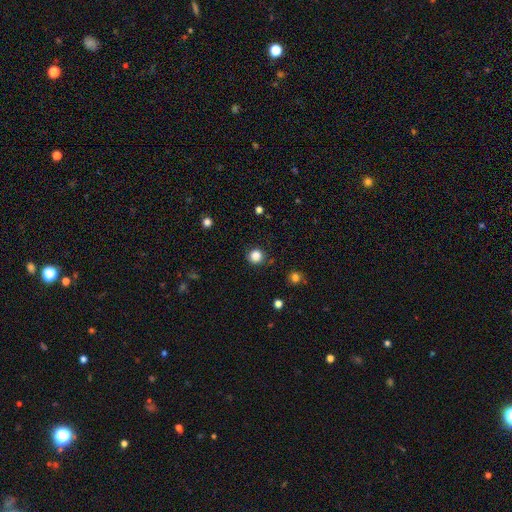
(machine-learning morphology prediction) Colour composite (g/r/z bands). It shows a smooth galaxy with no disk features (85%) that is round (93%). Merging: none (88%).